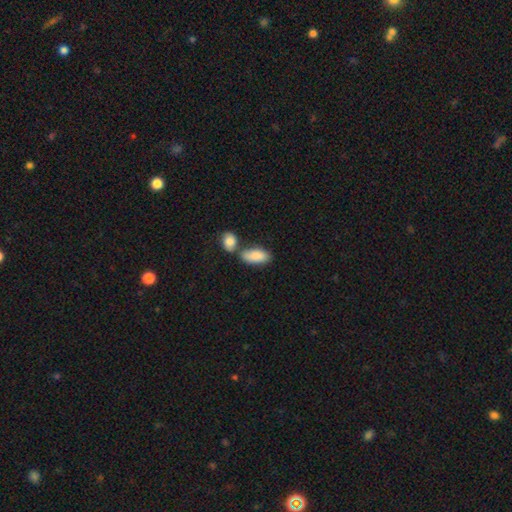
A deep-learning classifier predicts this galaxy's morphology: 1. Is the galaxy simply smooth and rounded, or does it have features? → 88% smooth, 7% featured or disk, 6% star or artifact.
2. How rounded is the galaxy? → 92% in between, 5% cigar-shaped, 3% round.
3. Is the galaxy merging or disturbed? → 48% none, 34% merger, 14% minor disturbance, 4% major disturbance.